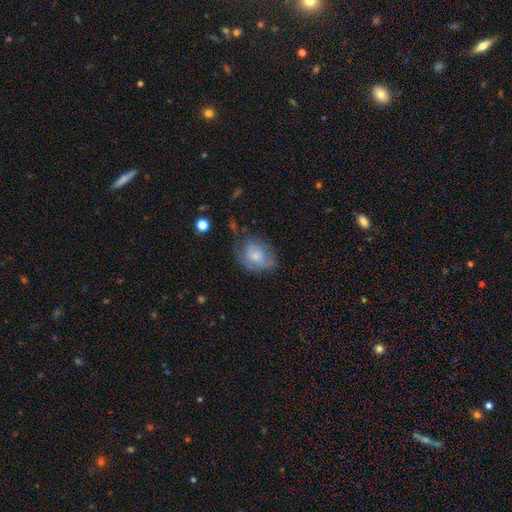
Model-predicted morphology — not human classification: A smooth galaxy with no disk features (63%) that is in between round and cigar-shaped (62%).

Vote fractions:
- Smooth or featured? smooth: 63% / featured or disk: 29% / star or artifact: 8%
- How rounded? in between: 62% / round: 37% / cigar-shaped: 1%
- Merging? none: 40% / minor disturbance: 33% / major disturbance: 23% / merger: 4%